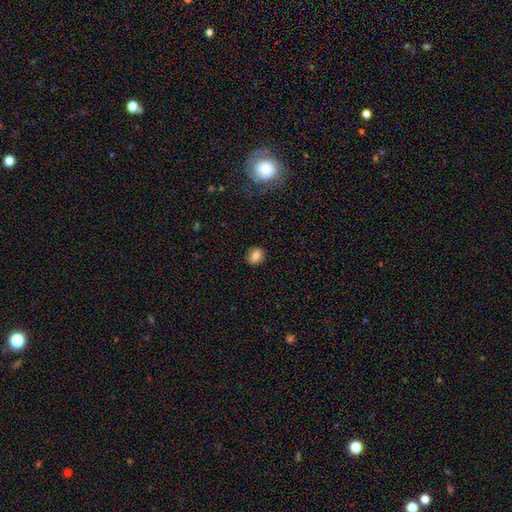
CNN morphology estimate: A smooth galaxy with no disk features (77%) that is round (65%).

Vote fractions:
- Smooth or featured? smooth: 77% / featured or disk: 12% / star or artifact: 10%
- How rounded? round: 65% / in between: 33% / cigar-shaped: 1%
- Merging? none: 88% / minor disturbance: 9% / major disturbance: 2% / merger: 1%